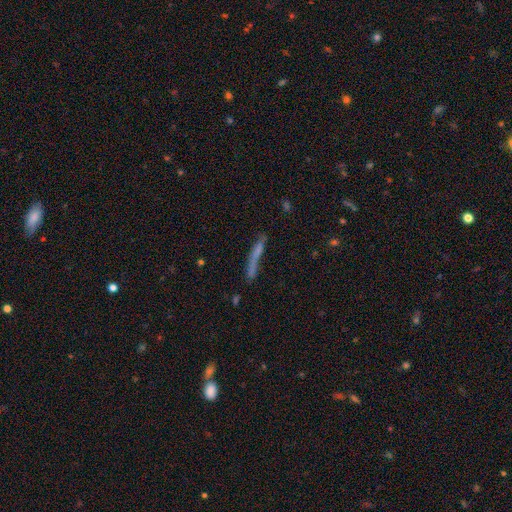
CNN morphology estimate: The model was most divided on "smooth or featured": smooth: 53%, featured or disk: 35%, star or artifact: 12%. More confident: how rounded — cigar-shaped (93%); merging — none (59%).